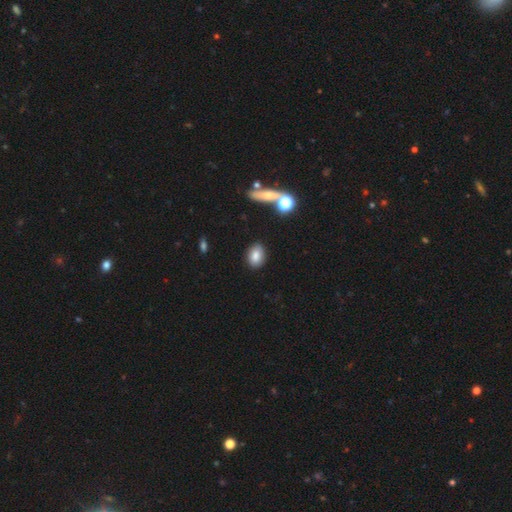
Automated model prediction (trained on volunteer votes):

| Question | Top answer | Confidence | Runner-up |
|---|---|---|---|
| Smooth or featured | smooth | 82% | star or artifact (9%) |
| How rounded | in between | 75% | round (23%) |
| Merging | none | 85% | minor disturbance (10%) |